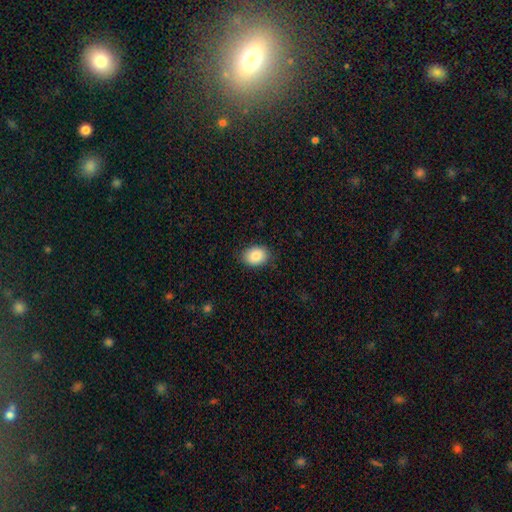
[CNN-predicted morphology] This appears to be a smooth galaxy with no disk features (87%) that is in between round and cigar-shaped (67%). Merging: none (85%).